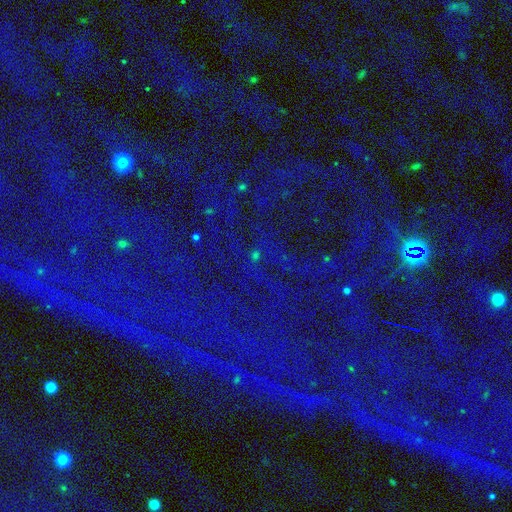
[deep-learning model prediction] smooth-or-featured: star or artifact: 79% | smooth: 12% | featured or disk: 8%